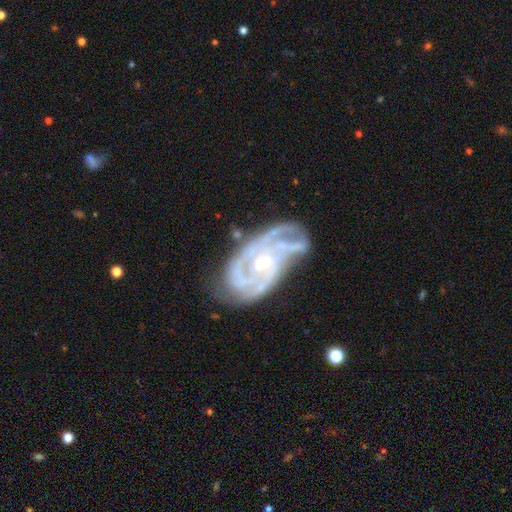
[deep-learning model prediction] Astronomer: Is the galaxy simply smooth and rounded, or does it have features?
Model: featured or disk — 87%.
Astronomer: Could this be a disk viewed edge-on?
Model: no — 97%.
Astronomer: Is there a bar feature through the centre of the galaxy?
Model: no — 45% (runner-up: weak, 41%).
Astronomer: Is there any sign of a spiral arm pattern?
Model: yes — 93%.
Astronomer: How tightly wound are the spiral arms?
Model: tight — 55% (runner-up: medium, 36%).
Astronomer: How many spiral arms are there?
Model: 2 — 29% (runner-up: 3, 27%).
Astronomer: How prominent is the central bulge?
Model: small — 58% (runner-up: moderate, 36%).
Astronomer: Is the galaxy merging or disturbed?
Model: none — 47% (runner-up: minor disturbance, 26%).